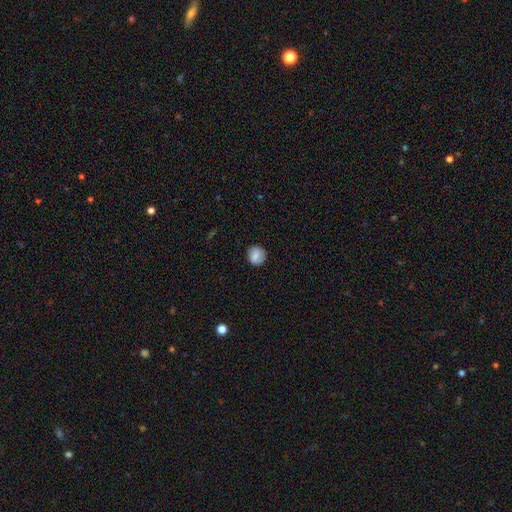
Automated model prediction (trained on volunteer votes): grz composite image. It shows a smooth galaxy with no disk features (79%) that is round (87%). Merging: none (86%).